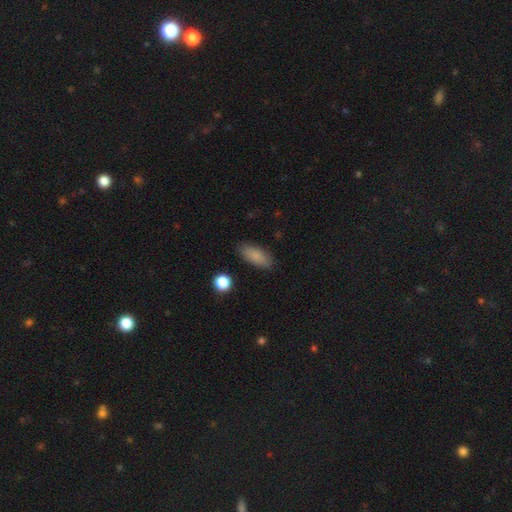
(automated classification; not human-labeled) Smooth or featured? smooth (85%)
How rounded? in between (82%)
Merging? none (85%)